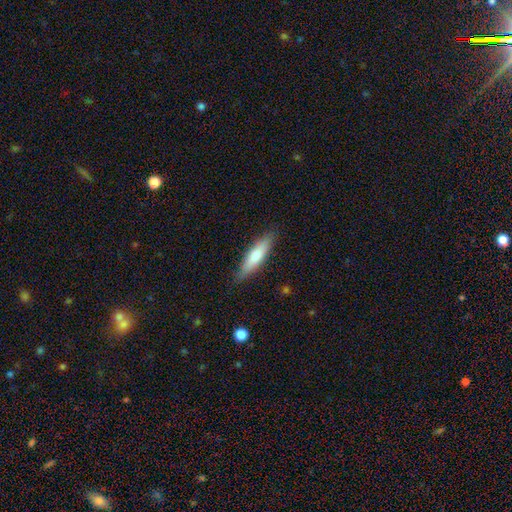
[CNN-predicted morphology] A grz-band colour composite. It shows a smooth galaxy with no disk features (69%) that is cigar-shaped (73%). Merging: none (86%).